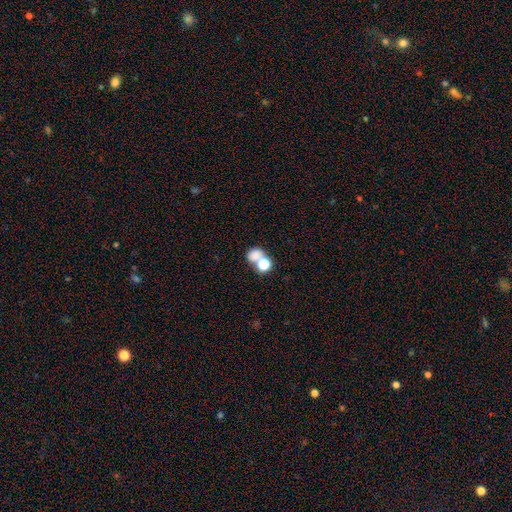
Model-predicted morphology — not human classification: The model was most divided on "how rounded": round: 56%, in between: 43%, cigar-shaped: 1%. More confident: smooth or featured — smooth (72%); merging — merger (55%).